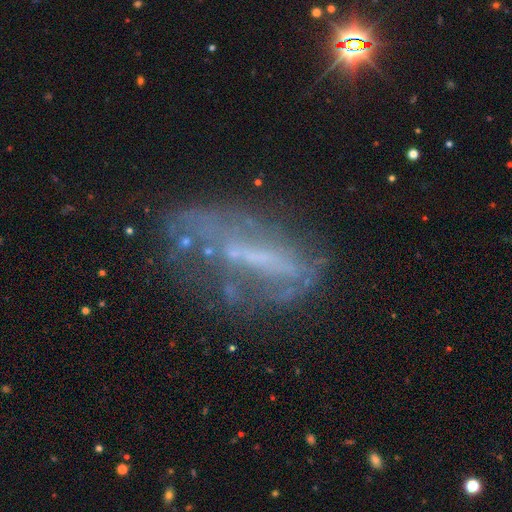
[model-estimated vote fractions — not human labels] Morphology: type=featured or disk (57%); edge-on=no (80%); merging=none (45%).